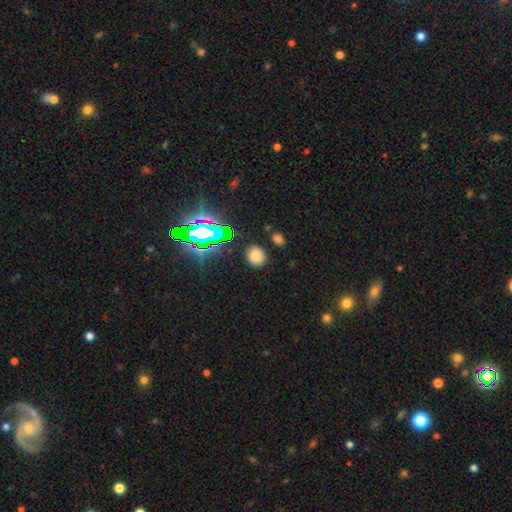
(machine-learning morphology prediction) smooth-or-featured: smooth: 74% | star or artifact: 20% | featured or disk: 6%
  how-rounded: round: 64% | in between: 35% | cigar-shaped: 1%
  merging: none: 85% | minor disturbance: 9% | major disturbance: 3% | merger: 3%